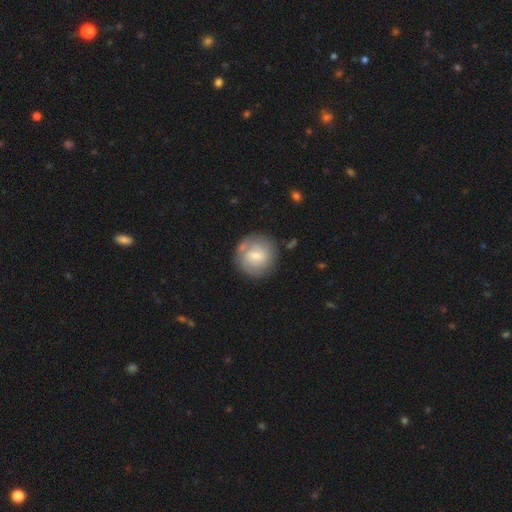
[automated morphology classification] This is possibly a featured or disk galaxy (54%). It is clearly not viewed edge-on (97%). Bar: possibly weak (58%). Spiral arm pattern: likely yes (79%). Central bulge: possibly small (56%). Merging: likely none (76%).